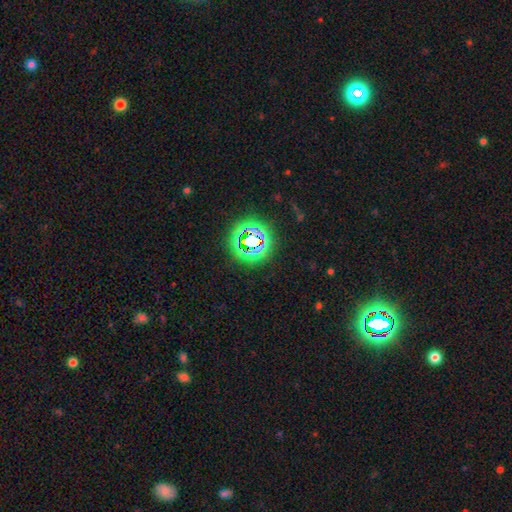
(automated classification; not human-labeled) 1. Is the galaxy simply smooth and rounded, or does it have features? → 63% star or artifact, 26% smooth, 10% featured or disk.